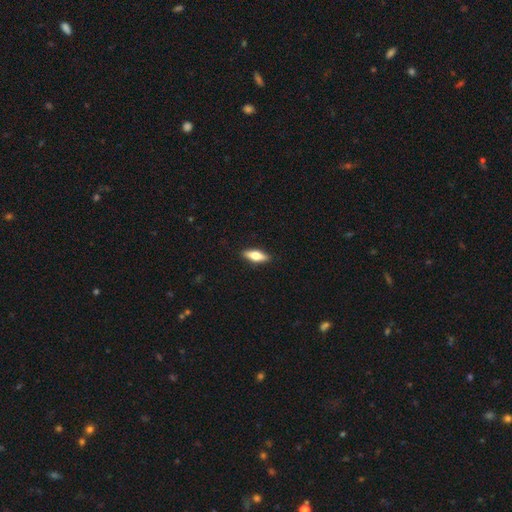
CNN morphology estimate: Smooth or featured: smooth — 60% (featured or disk — 34%)
How rounded: in between — 59% (cigar-shaped — 38%)
Merging: none — 89% (minor disturbance — 8%)